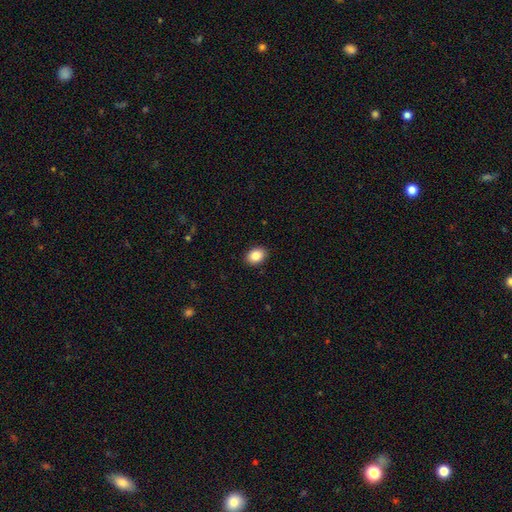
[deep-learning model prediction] Smooth or featured? Predicted: smooth (p=0.86). How rounded? Predicted: in between (p=0.70). Merging? Predicted: none (p=0.91).